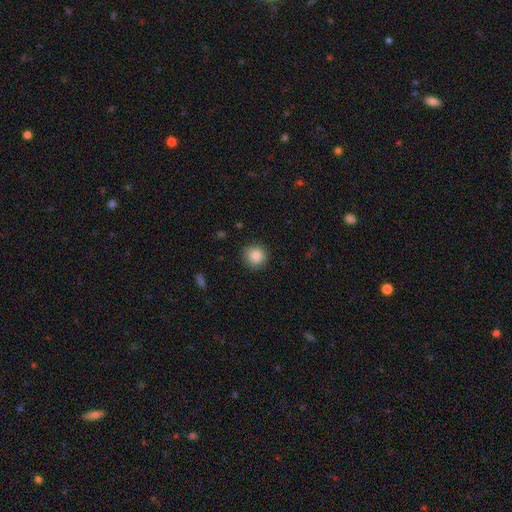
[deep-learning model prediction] A smooth galaxy with no disk features (87%) that is round (93%). Merging: none (89%).